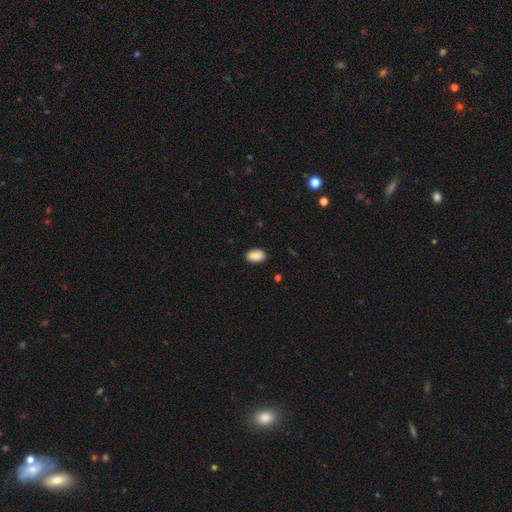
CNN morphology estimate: The model was most divided on "merging": none: 87%, minor disturbance: 10%, major disturbance: 2%, merger: 1%. More confident: how rounded — in between (92%); smooth or featured — smooth (86%).